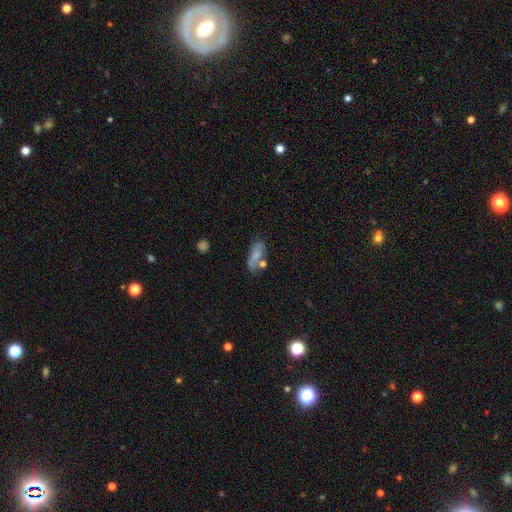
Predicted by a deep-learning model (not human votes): The model was most divided on "merging": none: 52%, minor disturbance: 23%, merger: 16%, major disturbance: 9%. More confident: how rounded — in between (77%); smooth or featured — smooth (68%).